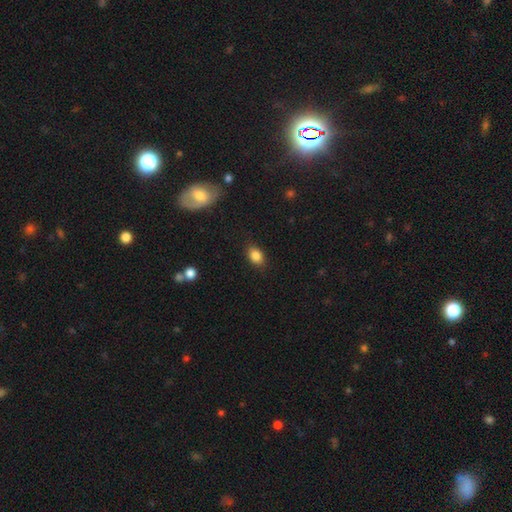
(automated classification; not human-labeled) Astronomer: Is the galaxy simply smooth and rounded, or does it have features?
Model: smooth — 85%.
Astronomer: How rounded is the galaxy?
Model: in between — 79%.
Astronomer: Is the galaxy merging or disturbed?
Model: none — 85%.